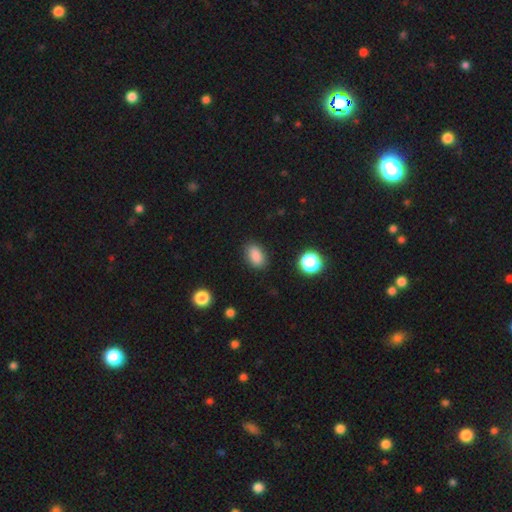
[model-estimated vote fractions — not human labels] A smooth galaxy with no disk features (87%) that is in between round and cigar-shaped (87%).

Vote fractions:
- Smooth or featured? smooth: 87% / star or artifact: 9% / featured or disk: 4%
- How rounded? in between: 87% / round: 11% / cigar-shaped: 2%
- Merging? none: 86% / minor disturbance: 10% / major disturbance: 3% / merger: 1%